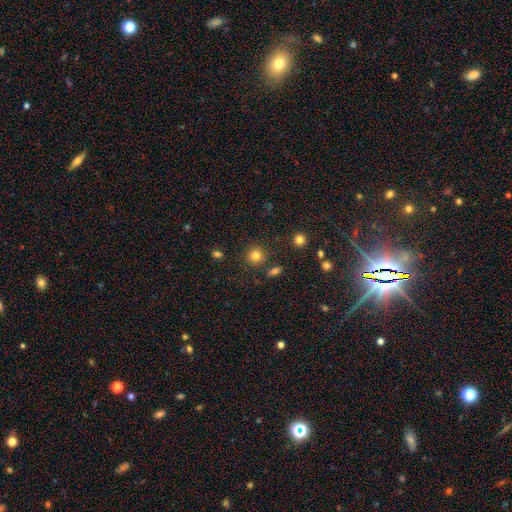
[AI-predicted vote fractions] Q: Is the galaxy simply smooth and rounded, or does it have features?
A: smooth — 80%.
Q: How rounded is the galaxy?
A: round — 91%.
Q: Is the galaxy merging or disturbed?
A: none — 84%.